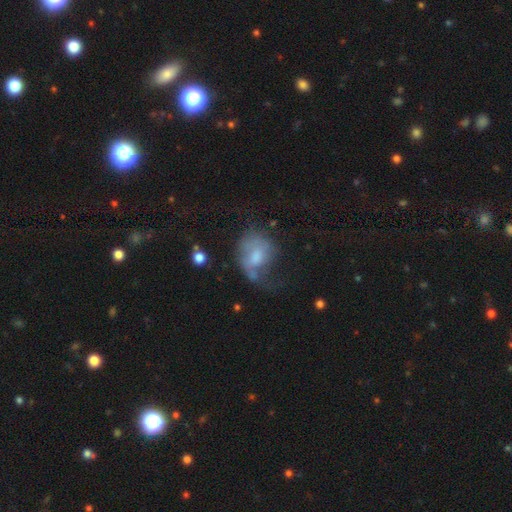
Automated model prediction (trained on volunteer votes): Overall: smooth (48%; featured or disk 42%). Merging: major disturbance (43%; none 27%).